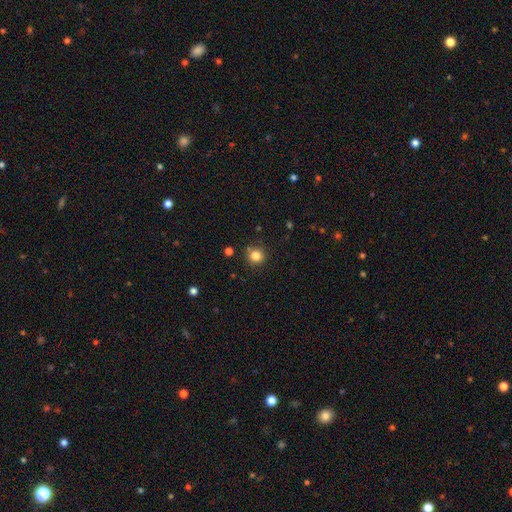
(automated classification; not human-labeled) A smooth galaxy with no disk features (83%) that is round (92%).

Vote fractions:
- Smooth or featured? smooth: 83% / star or artifact: 12% / featured or disk: 5%
- How rounded? round: 92% / in between: 7% / cigar-shaped: 1%
- Merging? none: 85% / minor disturbance: 10% / major disturbance: 3% / merger: 3%